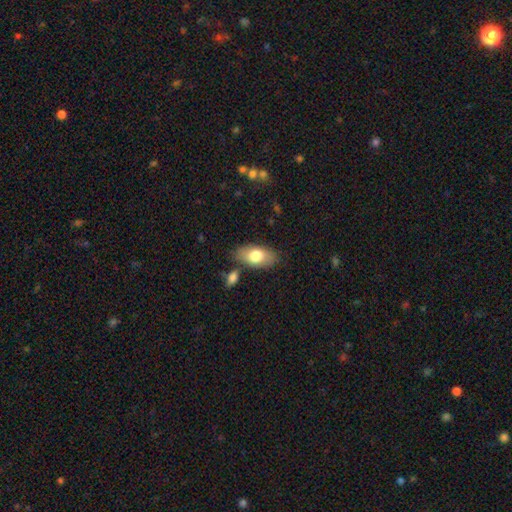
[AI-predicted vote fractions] The model was most divided on "smooth or featured": smooth: 75%, featured or disk: 19%, star or artifact: 6%. More confident: how rounded — in between (92%); merging — none (76%).